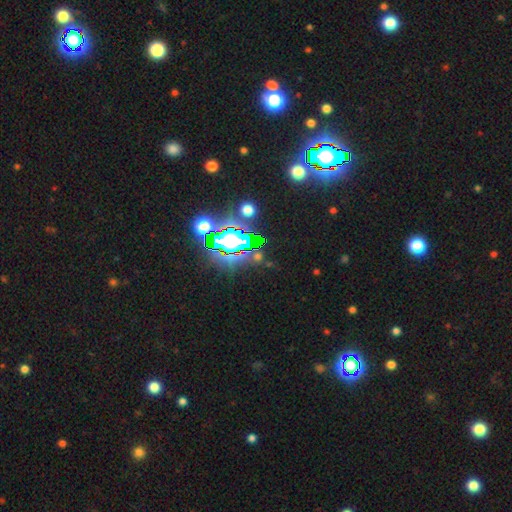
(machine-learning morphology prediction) Smooth or featured?
  - star or artifact: 73% *
  - smooth: 16%
  - featured or disk: 11%